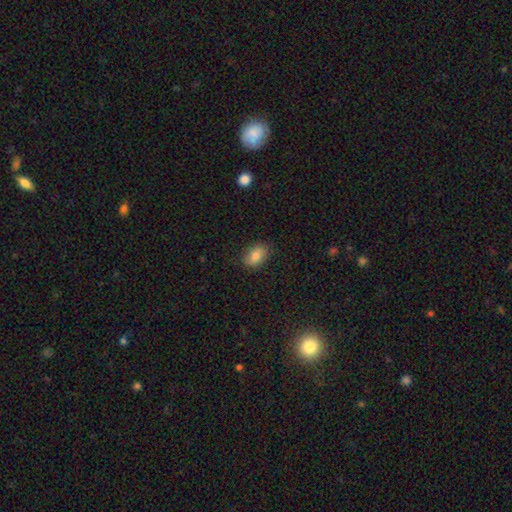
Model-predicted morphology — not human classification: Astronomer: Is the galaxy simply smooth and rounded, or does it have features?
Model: smooth — 78%.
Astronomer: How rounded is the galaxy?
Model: in between — 87%.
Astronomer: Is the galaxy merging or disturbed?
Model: none — 82%.